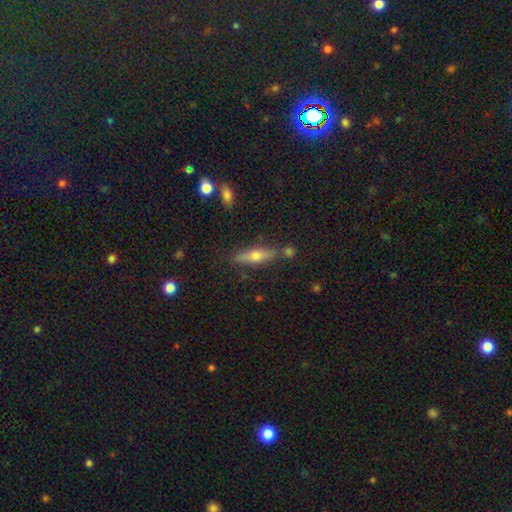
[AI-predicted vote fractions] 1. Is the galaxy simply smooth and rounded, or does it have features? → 50% featured or disk, 42% smooth, 9% star or artifact.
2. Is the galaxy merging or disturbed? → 79% none, 11% minor disturbance, 7% merger, 3% major disturbance.